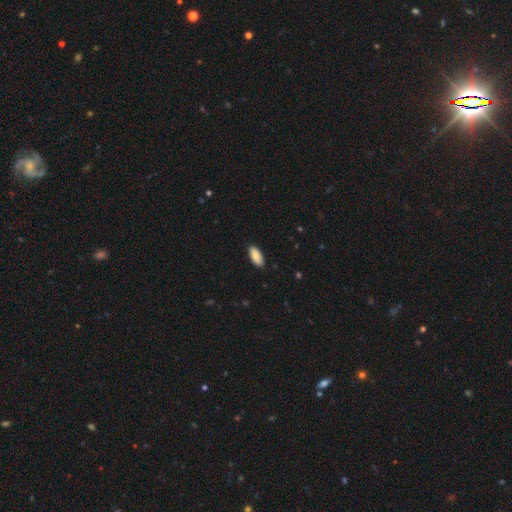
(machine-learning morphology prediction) A smooth galaxy with no disk features (89%) that is in between round and cigar-shaped (90%). Merging: none (89%).